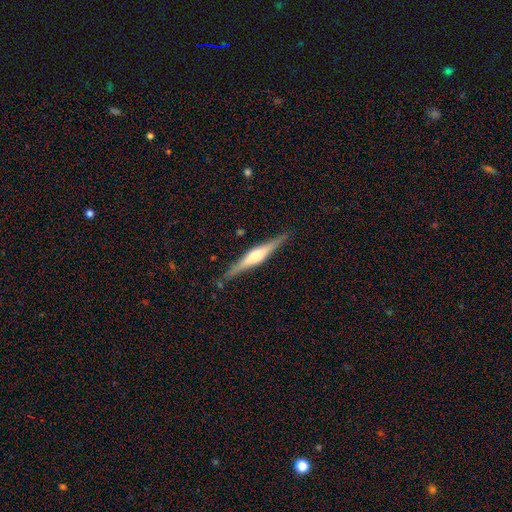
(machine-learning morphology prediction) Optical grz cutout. It shows a featured or disk galaxy (70%) viewed edge-on (97%) with a rounded central bulge (73%). Merging: none (88%).